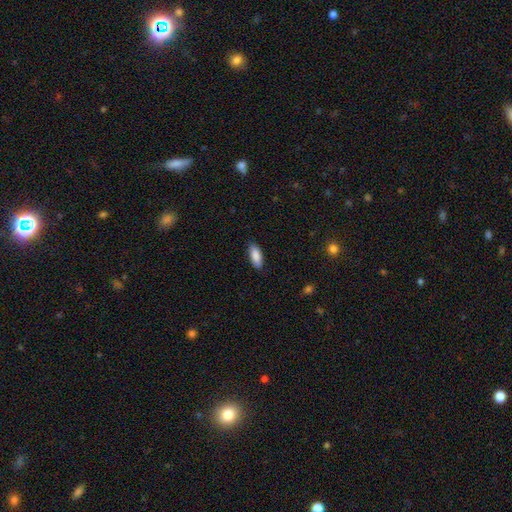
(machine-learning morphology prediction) smooth-or-featured: smooth: 88% | star or artifact: 6% | featured or disk: 6%
  how-rounded: in between: 78% | cigar-shaped: 21% | round: 2%
  merging: none: 87% | minor disturbance: 10% | major disturbance: 2% | merger: 1%